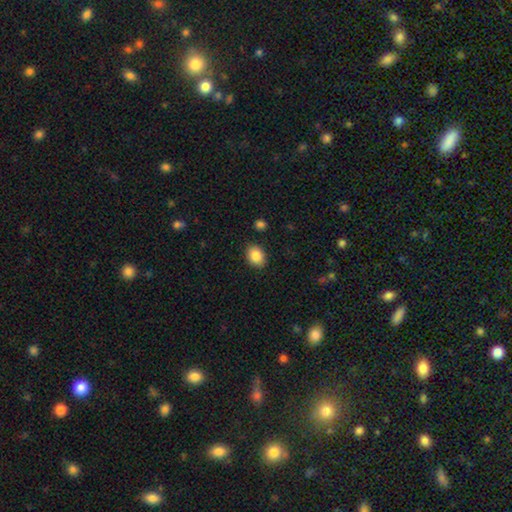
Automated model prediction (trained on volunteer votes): smooth-or-featured: smooth: 87% | star or artifact: 8% | featured or disk: 5%
  how-rounded: in between: 66% | round: 33% | cigar-shaped: 1%
  merging: none: 88% | minor disturbance: 8% | major disturbance: 2% | merger: 2%